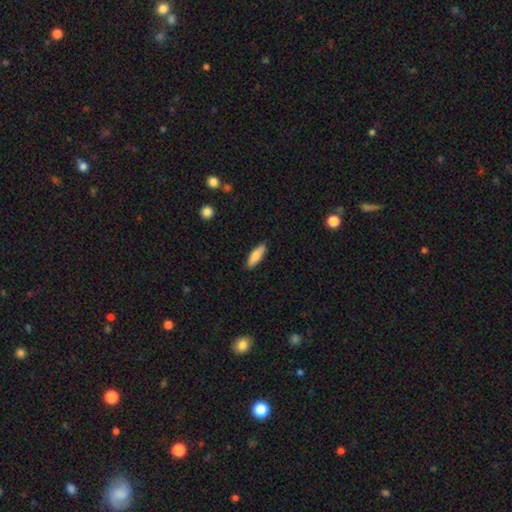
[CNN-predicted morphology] A smooth galaxy with no disk features (79%) that is in between round and cigar-shaped (55%).

Vote fractions:
- Smooth or featured? smooth: 79% / featured or disk: 15% / star or artifact: 6%
- How rounded? in between: 55% / cigar-shaped: 43% / round: 2%
- Merging? none: 86% / minor disturbance: 11% / major disturbance: 2% / merger: 1%